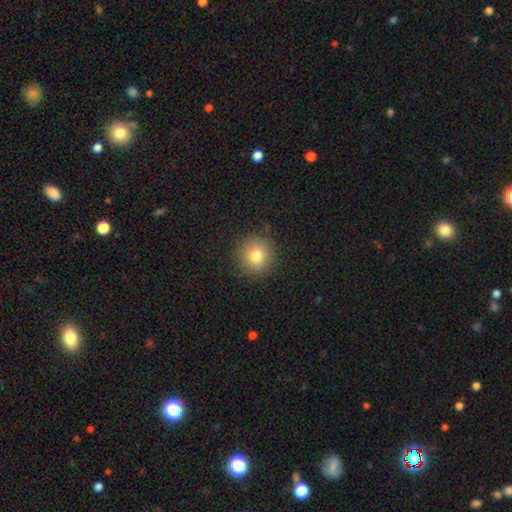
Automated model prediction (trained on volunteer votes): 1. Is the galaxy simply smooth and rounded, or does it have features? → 77% smooth, 12% star or artifact, 11% featured or disk.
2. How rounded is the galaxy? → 89% round, 10% in between, 1% cigar-shaped.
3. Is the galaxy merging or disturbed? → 88% none, 9% minor disturbance, 3% major disturbance, 1% merger.